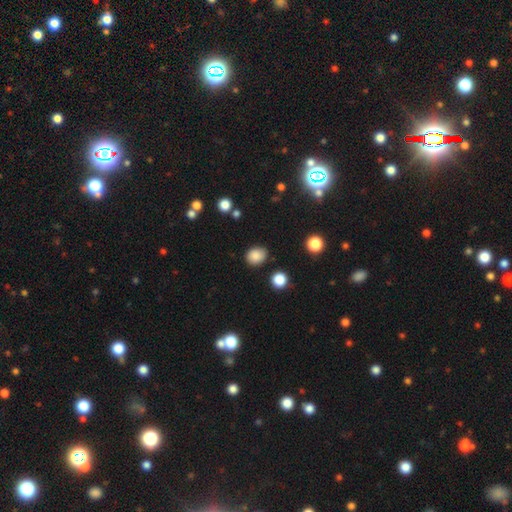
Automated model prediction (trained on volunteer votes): smooth 85%, star or artifact 11%, featured or disk 5%. Down the decision tree: how rounded — round (56%); merging — none (83%).